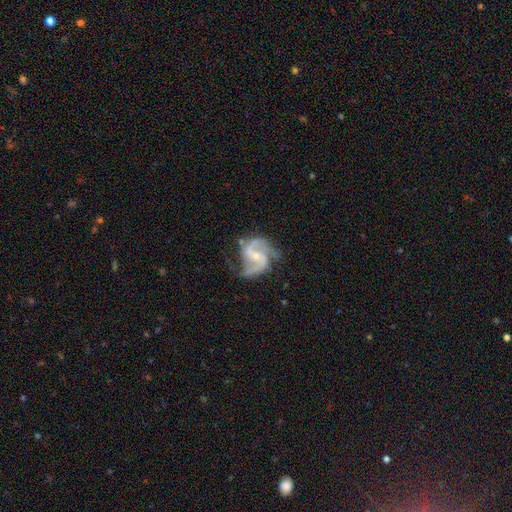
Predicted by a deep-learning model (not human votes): Q: Smooth or featured?
A: featured or disk (90%); runner-up: star or artifact (5%)
Q: Edge-on disk?
A: no (98%); runner-up: yes (2%)
Q: Bar?
A: weak (43%); runner-up: no (40%)
Q: Spiral arms?
A: yes (98%); runner-up: no (2%)
Q: Spiral winding?
A: medium (56%); runner-up: loose (29%)
Q: Spiral arm count?
A: 2 (80%); runner-up: 3 (11%)
Q: Bulge size?
A: small (58%); runner-up: moderate (37%)
Q: Merging?
A: none (66%); runner-up: minor disturbance (22%)